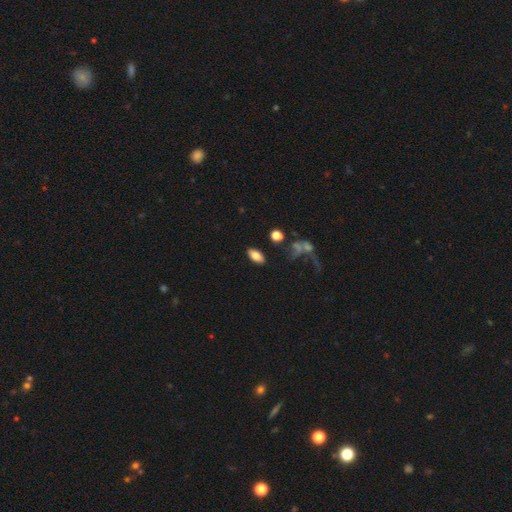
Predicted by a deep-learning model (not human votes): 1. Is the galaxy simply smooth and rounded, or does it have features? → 78% smooth, 13% featured or disk, 9% star or artifact.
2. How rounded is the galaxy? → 90% in between, 6% cigar-shaped, 4% round.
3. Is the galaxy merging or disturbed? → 83% none, 10% minor disturbance, 3% major disturbance, 3% merger.